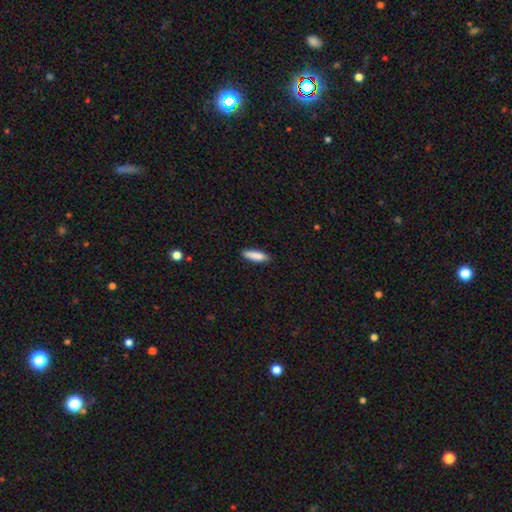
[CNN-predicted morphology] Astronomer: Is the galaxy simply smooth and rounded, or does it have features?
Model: smooth — 86%.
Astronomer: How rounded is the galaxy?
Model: cigar-shaped — 69%.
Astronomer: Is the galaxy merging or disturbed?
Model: none — 85%.